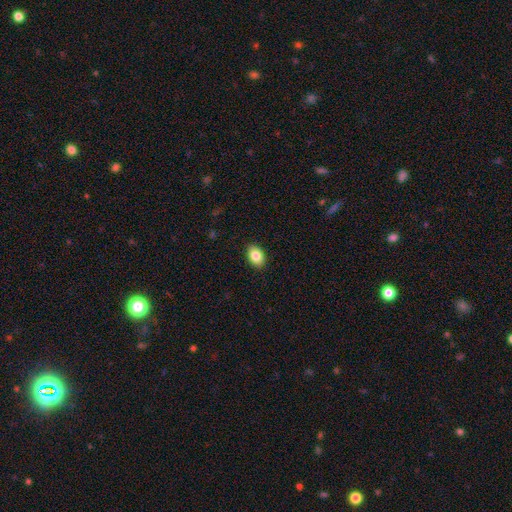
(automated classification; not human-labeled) A smooth galaxy with no disk features (85%) that is in between round and cigar-shaped (81%).

Vote fractions:
- Smooth or featured? smooth: 85% / star or artifact: 8% / featured or disk: 7%
- How rounded? in between: 81% / round: 18% / cigar-shaped: 1%
- Merging? none: 90% / minor disturbance: 8% / major disturbance: 2% / merger: 1%